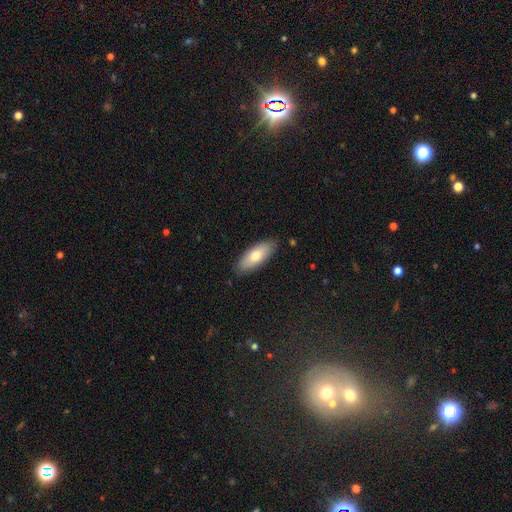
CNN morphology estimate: smooth_or_featured: smooth (p=0.71) [alt: featured or disk p=0.23]
how_rounded: in between (p=0.76) [alt: cigar-shaped p=0.22]
merging: none (p=0.86) [alt: minor disturbance p=0.11]